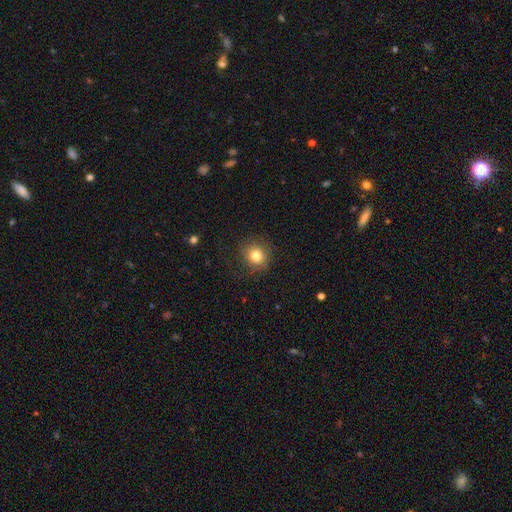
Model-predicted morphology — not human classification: type=smooth (81%); roundness=round (80%); merging=none (84%).